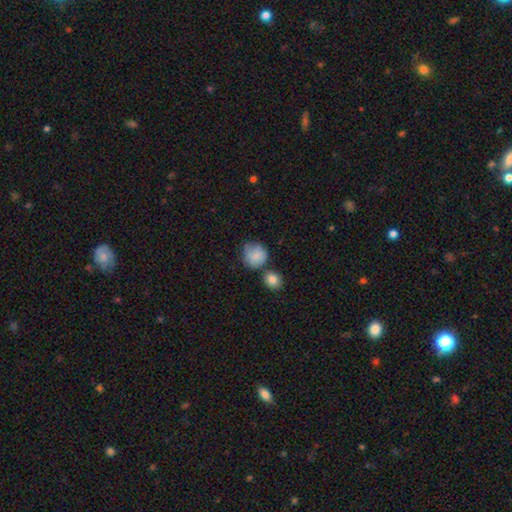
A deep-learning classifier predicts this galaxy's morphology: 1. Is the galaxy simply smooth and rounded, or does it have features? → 83% smooth, 9% featured or disk, 8% star or artifact.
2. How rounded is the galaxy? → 86% round, 13% in between, 1% cigar-shaped.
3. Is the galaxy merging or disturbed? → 58% none, 20% minor disturbance, 16% merger, 6% major disturbance.